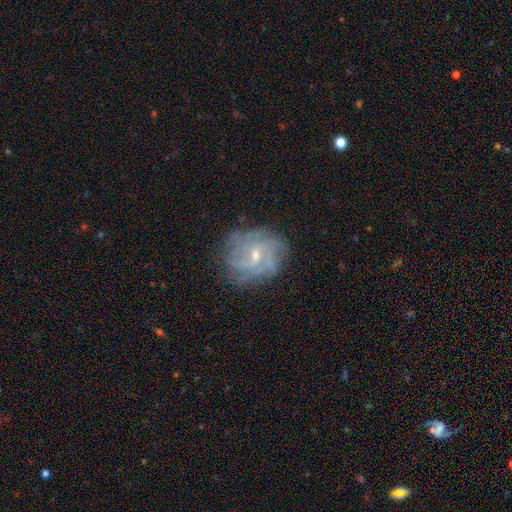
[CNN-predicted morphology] Smooth or featured? featured or disk (74%)
Edge-on disk? no (97%)
Bar? no (49%)
Spiral arms? yes (83%)
Spiral winding? tight (46%)
Spiral arm count? can't tell (47%)
Bulge size? small (60%)
Merging? none (69%)